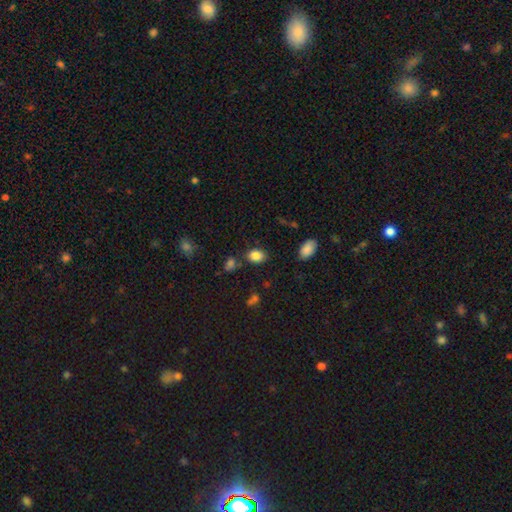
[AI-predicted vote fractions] Smooth or featured? smooth (84%)
How rounded? in between (74%)
Merging? none (78%)